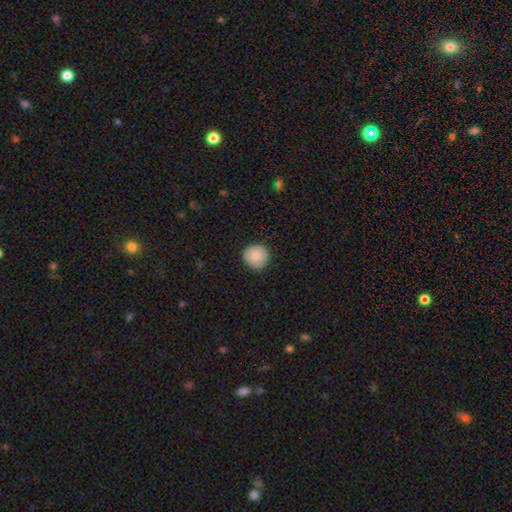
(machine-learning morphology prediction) Smooth or featured? smooth (85%)
How rounded? round (94%)
Merging? none (90%)